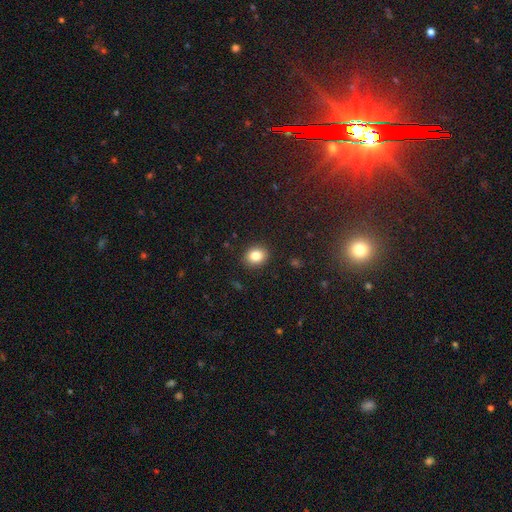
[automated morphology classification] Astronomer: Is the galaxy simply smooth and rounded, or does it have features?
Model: smooth — 83%.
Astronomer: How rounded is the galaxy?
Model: round — 63%.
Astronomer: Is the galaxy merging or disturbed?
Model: none — 90%.